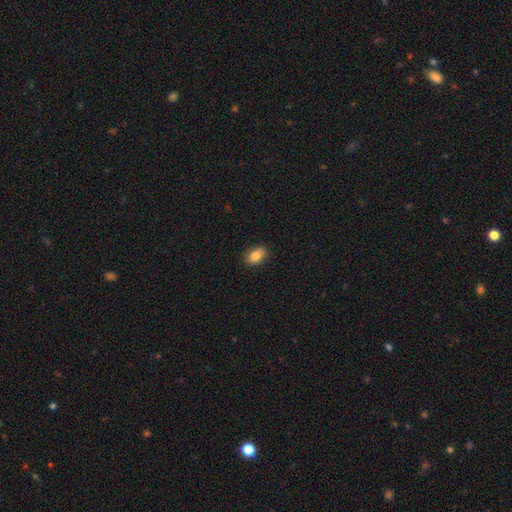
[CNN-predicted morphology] Smooth or featured? smooth (85%)
How rounded? in between (86%)
Merging? none (88%)